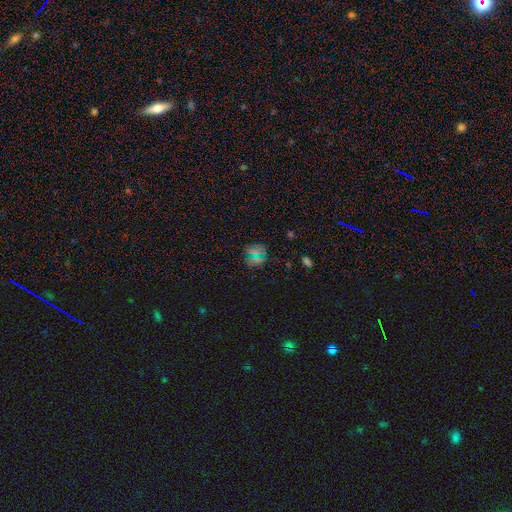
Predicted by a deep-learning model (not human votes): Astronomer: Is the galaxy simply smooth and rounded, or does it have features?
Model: star or artifact — 44% (runner-up: smooth, 42%).